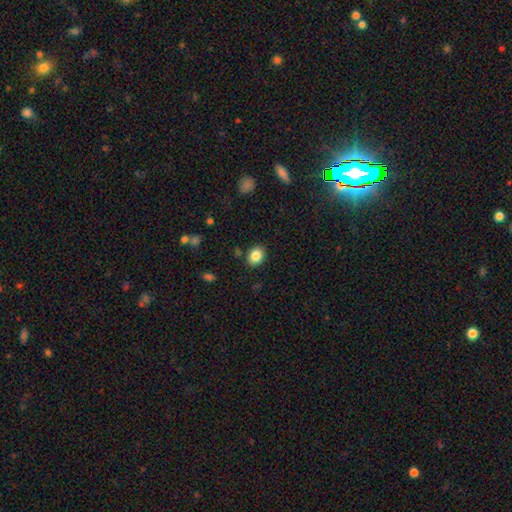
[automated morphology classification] A smooth galaxy with no disk features (85%) that is in between round and cigar-shaped (55%).

Vote fractions:
- Smooth or featured? smooth: 85% / star or artifact: 9% / featured or disk: 6%
- How rounded? in between: 55% / round: 44% / cigar-shaped: 1%
- Merging? none: 86% / minor disturbance: 9% / major disturbance: 2% / merger: 2%